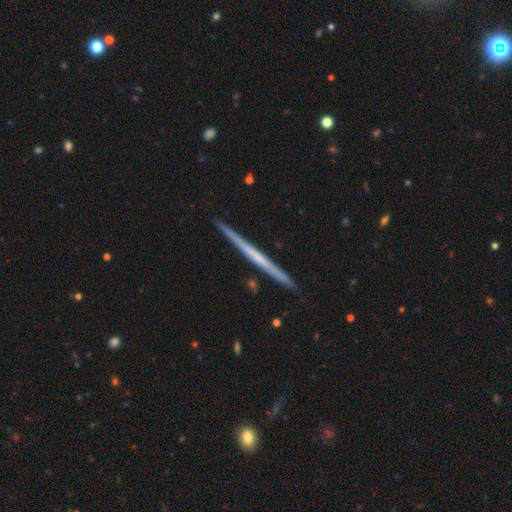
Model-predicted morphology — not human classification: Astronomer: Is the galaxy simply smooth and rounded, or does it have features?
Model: featured or disk — 63%.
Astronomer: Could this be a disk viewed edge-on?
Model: yes — 98%.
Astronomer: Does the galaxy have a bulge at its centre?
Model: none — 87%.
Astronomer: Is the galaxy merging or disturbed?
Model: none — 91%.